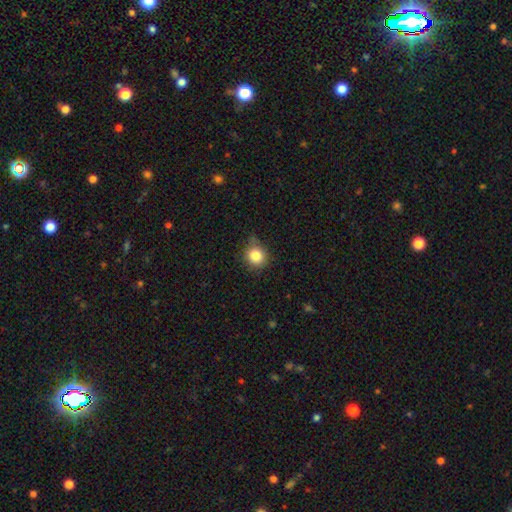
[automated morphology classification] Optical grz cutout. It shows a smooth galaxy with no disk features (84%) that is round (88%). Merging: none (75%).